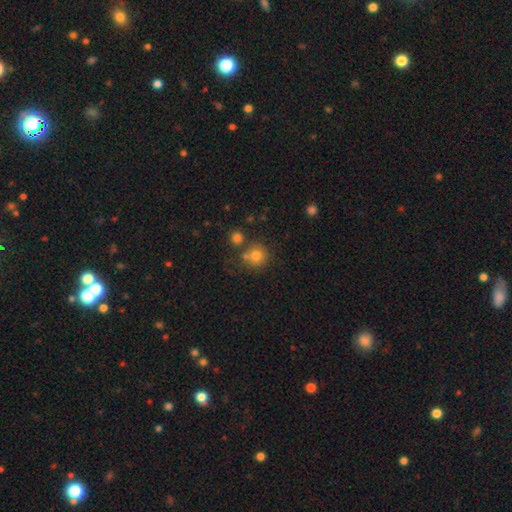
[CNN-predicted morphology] A smooth galaxy with no disk features (78%) that is round (89%). Merging: none (66%).